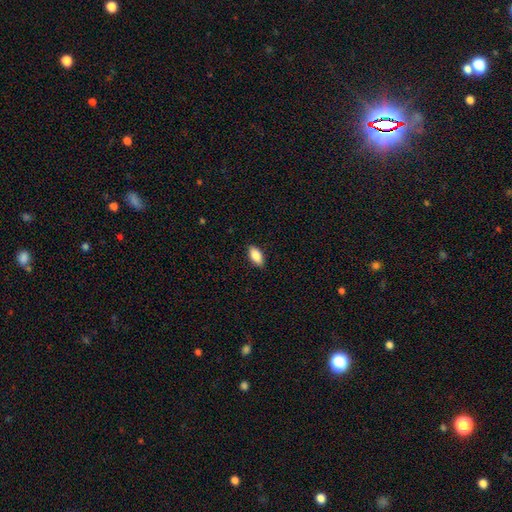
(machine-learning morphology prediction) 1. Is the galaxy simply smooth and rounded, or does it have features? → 86% smooth, 7% featured or disk, 6% star or artifact.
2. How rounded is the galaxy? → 89% in between, 8% cigar-shaped, 3% round.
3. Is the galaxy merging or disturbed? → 87% none, 10% minor disturbance, 2% major disturbance, 1% merger.